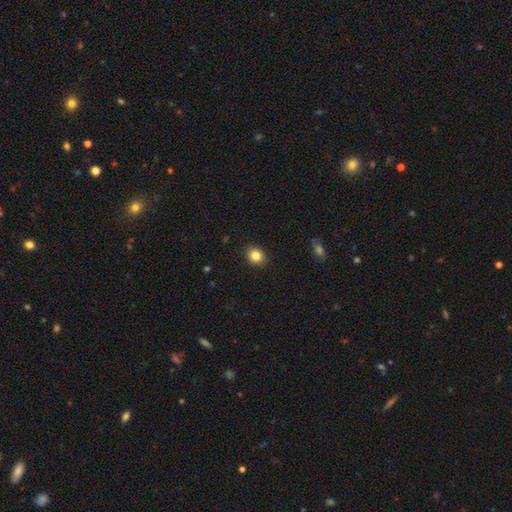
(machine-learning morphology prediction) smooth-or-featured: smooth: 84% | star or artifact: 11% | featured or disk: 6%
  how-rounded: round: 73% | in between: 27% | cigar-shaped: 1%
  merging: none: 91% | minor disturbance: 6% | major disturbance: 2% | merger: 1%